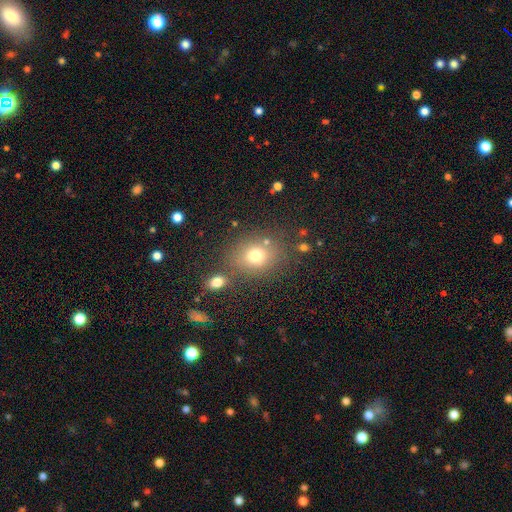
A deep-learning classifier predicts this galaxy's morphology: Q: Smooth or featured?
A: smooth (73%); runner-up: star or artifact (15%)
Q: How rounded?
A: round (61%); runner-up: in between (38%)
Q: Merging?
A: none (71%); runner-up: merger (12%)